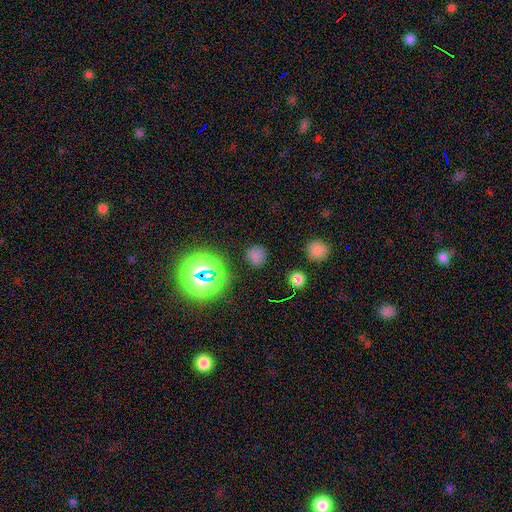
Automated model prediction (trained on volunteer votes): A smooth galaxy with no disk features (63%) that is round (81%). Merging: none (80%).